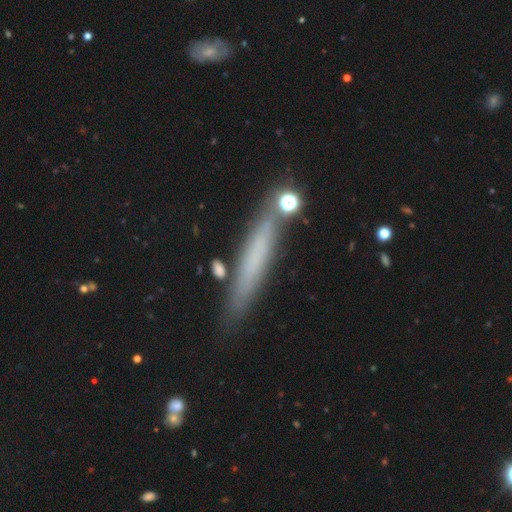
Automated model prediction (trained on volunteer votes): smooth-or-featured: smooth: 53% | featured or disk: 35% | star or artifact: 12%
  how-rounded: cigar-shaped: 93% | in between: 5% | round: 2%
  merging: none: 82% | minor disturbance: 11% | merger: 4% | major disturbance: 3%